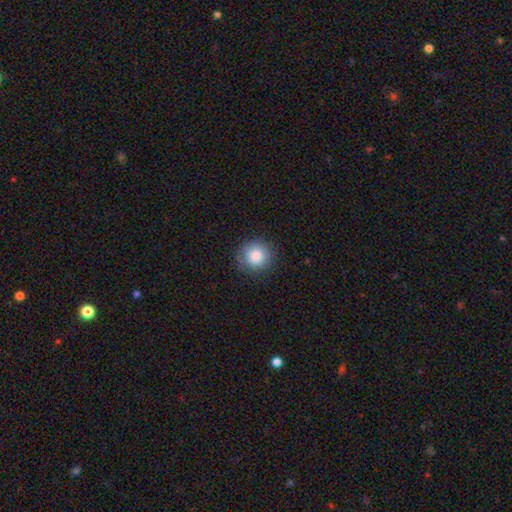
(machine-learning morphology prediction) Smooth or featured? Predicted: smooth (p=0.85). How rounded? Predicted: round (p=0.92). Merging? Predicted: none (p=0.86).